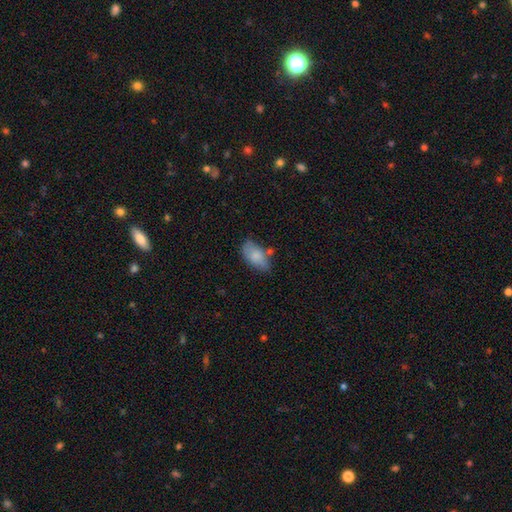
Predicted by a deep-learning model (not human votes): smooth_or_featured: smooth (p=0.81) [alt: featured or disk p=0.12]
how_rounded: in between (p=0.92) [alt: round p=0.04]
merging: none (p=0.56) [alt: minor disturbance p=0.28]